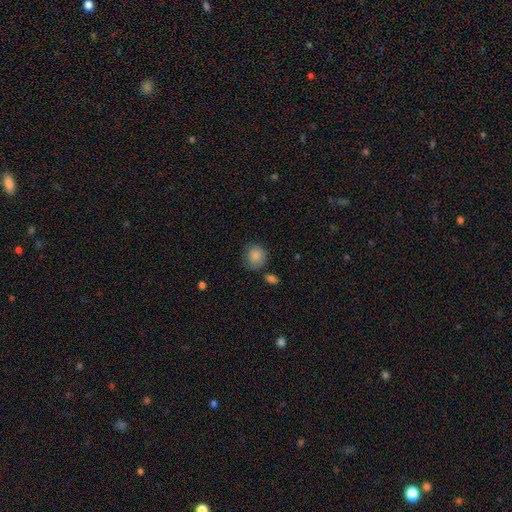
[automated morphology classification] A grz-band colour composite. It shows a smooth galaxy with no disk features (87%) that is round (82%). Merging: none (71%).